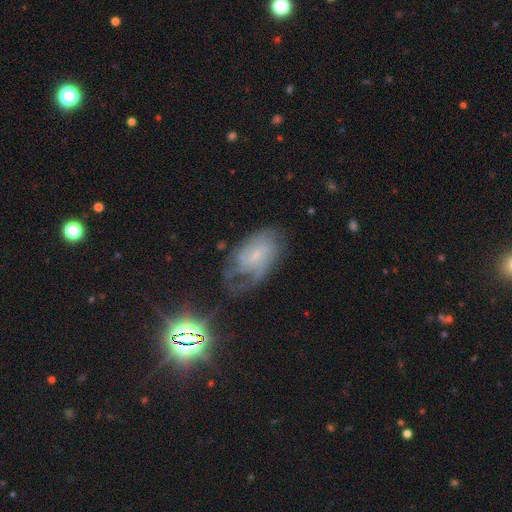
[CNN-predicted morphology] Q: Smooth or featured?
A: featured or disk (63%); runner-up: smooth (24%)
Q: Edge-on disk?
A: no (95%); runner-up: yes (5%)
Q: Bar?
A: weak (46%); runner-up: no (43%)
Q: Spiral arms?
A: yes (82%); runner-up: no (18%)
Q: Bulge size?
A: small (62%); runner-up: moderate (18%)
Q: Merging?
A: none (43%); runner-up: minor disturbance (28%)